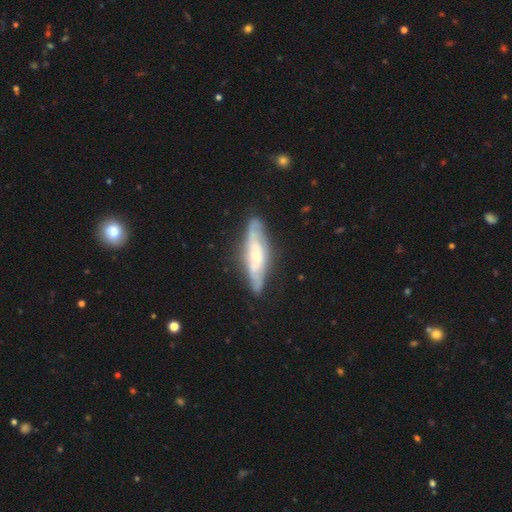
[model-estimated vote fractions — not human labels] Smooth or featured: featured or disk — 65% (smooth — 29%)
Edge-on disk: yes — 51% (no — 49%)
Merging: none — 78% (minor disturbance — 16%)